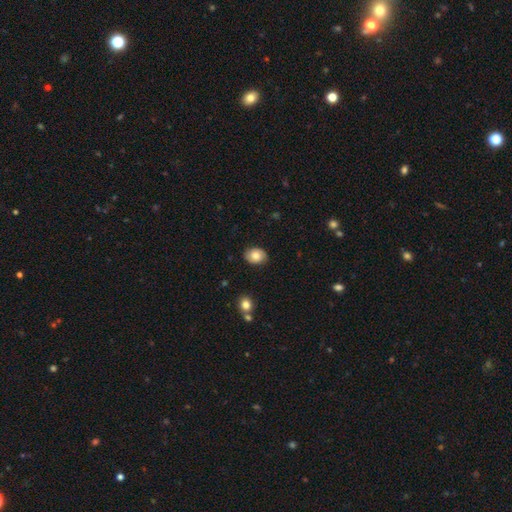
Volunteers were most divided on "how rounded": in between: 75%, round: 25%, cigar-shaped: 0%. More confident: merging — none (89%); smooth or featured — smooth (76%).